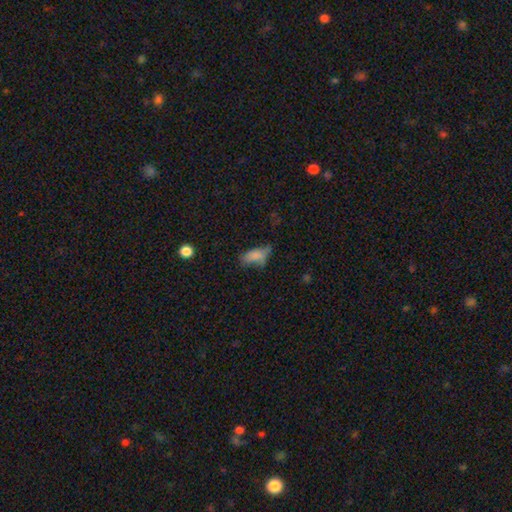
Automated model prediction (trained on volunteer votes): Overall: smooth (77%). How rounded: in between (83%). Merging: none (39%; minor disturbance 34%).